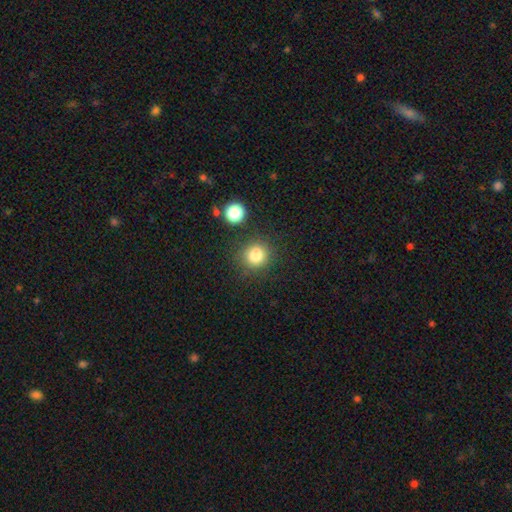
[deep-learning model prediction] Smooth or featured? smooth (82%)
How rounded? round (87%)
Merging? none (82%)